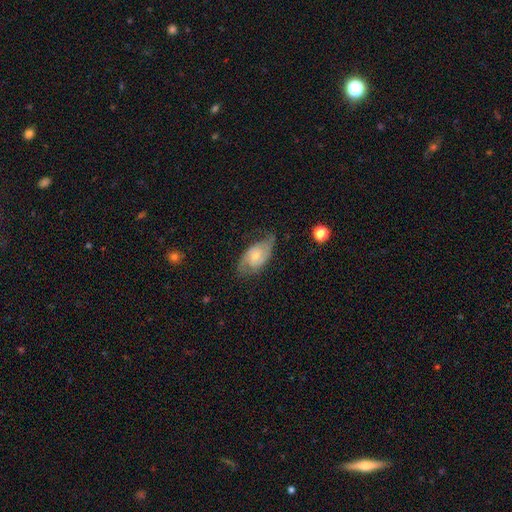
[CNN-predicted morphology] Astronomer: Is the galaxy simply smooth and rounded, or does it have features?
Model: featured or disk — 66%.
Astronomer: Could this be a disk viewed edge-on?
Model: no — 94%.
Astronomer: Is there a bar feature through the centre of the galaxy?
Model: no — 66%.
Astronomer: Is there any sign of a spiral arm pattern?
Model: yes — 87%.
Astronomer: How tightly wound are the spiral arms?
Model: medium — 45% (runner-up: loose, 29%).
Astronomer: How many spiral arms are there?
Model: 2 — 82%.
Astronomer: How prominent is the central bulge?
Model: small — 49% (runner-up: moderate, 44%).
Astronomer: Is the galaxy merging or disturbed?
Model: none — 61%.